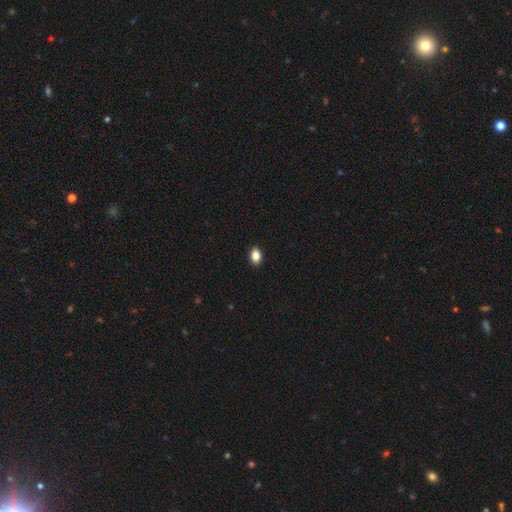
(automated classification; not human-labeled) Smooth or featured?
  - smooth: 86% *
  - star or artifact: 9%
  - featured or disk: 5%
How rounded?
  - in between: 79% *
  - round: 20%
  - cigar-shaped: 2%
Merging?
  - none: 90% *
  - minor disturbance: 7%
  - major disturbance: 2%
  - merger: 1%